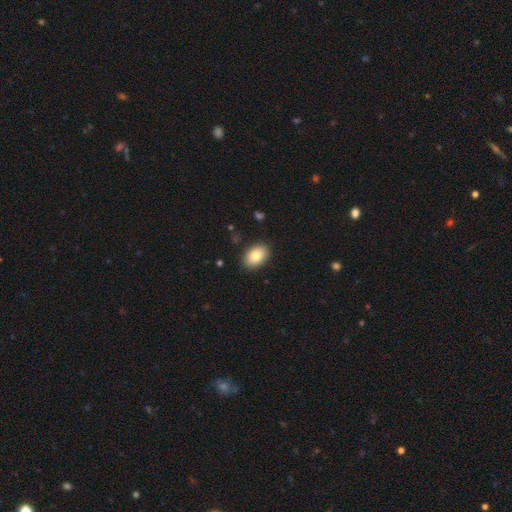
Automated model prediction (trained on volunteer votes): A smooth galaxy with no disk features (83%) that is in between round and cigar-shaped (87%).

Vote fractions:
- Smooth or featured? smooth: 83% / featured or disk: 10% / star or artifact: 7%
- How rounded? in between: 87% / round: 12% / cigar-shaped: 1%
- Merging? none: 87% / minor disturbance: 9% / major disturbance: 2% / merger: 1%